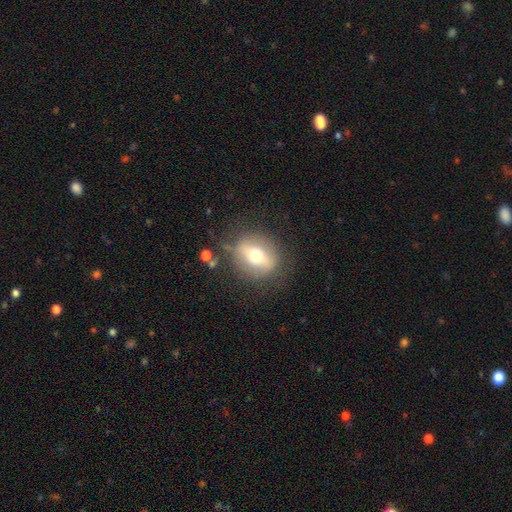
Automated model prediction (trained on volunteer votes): This is possibly a smooth galaxy (46%). Merging: likely none (78%).